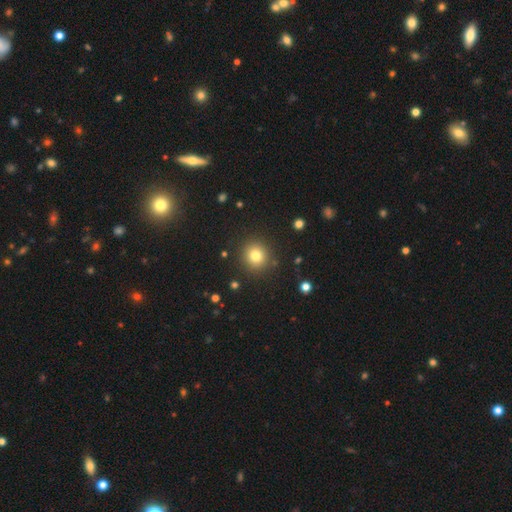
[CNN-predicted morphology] A smooth galaxy with no disk features (79%) that is round (92%). Merging: none (90%).